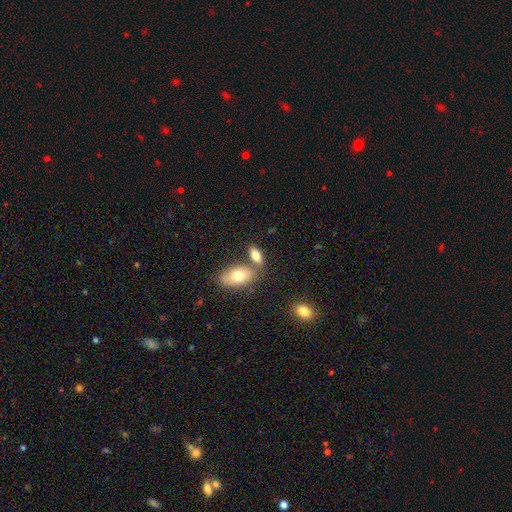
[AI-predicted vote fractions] Q: Smooth or featured?
A: smooth (76%); runner-up: featured or disk (16%)
Q: How rounded?
A: in between (84%); runner-up: cigar-shaped (11%)
Q: Merging?
A: none (58%); runner-up: merger (27%)